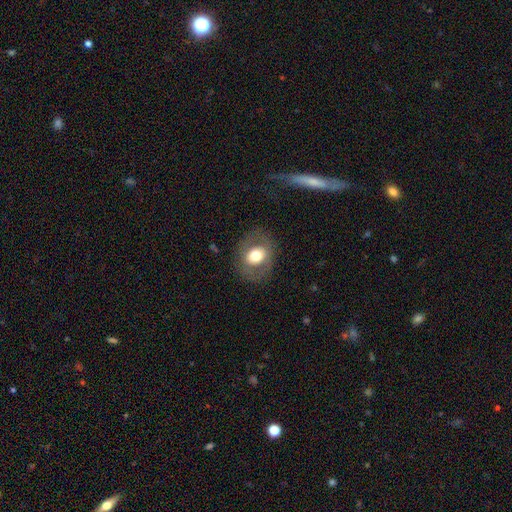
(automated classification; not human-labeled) The model was most divided on "how rounded": round: 50%, in between: 49%, cigar-shaped: 1%. More confident: merging — none (79%); smooth or featured — smooth (60%).